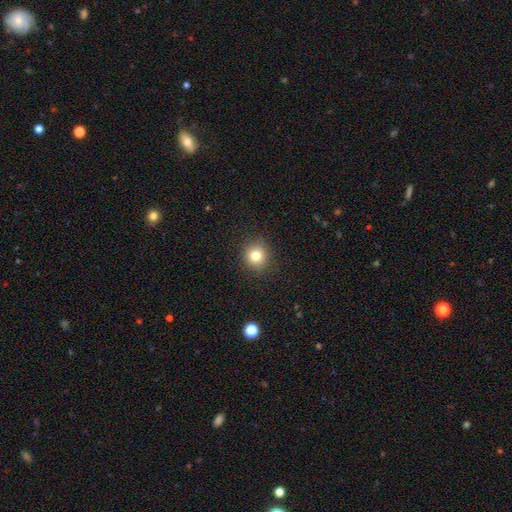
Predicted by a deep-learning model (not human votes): Q: Smooth or featured?
A: smooth (81%); runner-up: star or artifact (12%)
Q: How rounded?
A: round (85%); runner-up: in between (14%)
Q: Merging?
A: none (89%); runner-up: minor disturbance (7%)